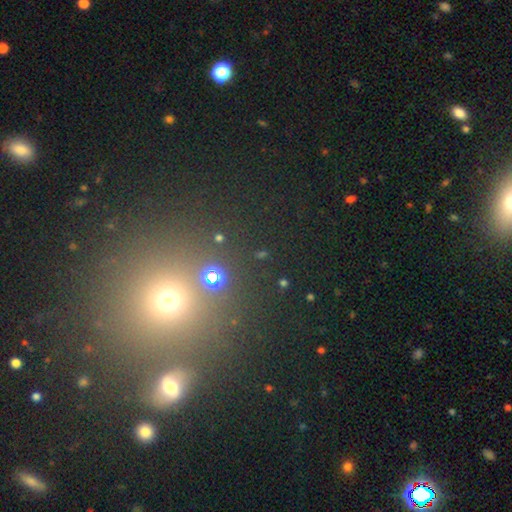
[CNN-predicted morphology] A star or artifact, not a galaxy (46%).

Vote fractions:
- Smooth or featured? star or artifact: 46% / smooth: 45% / featured or disk: 9%